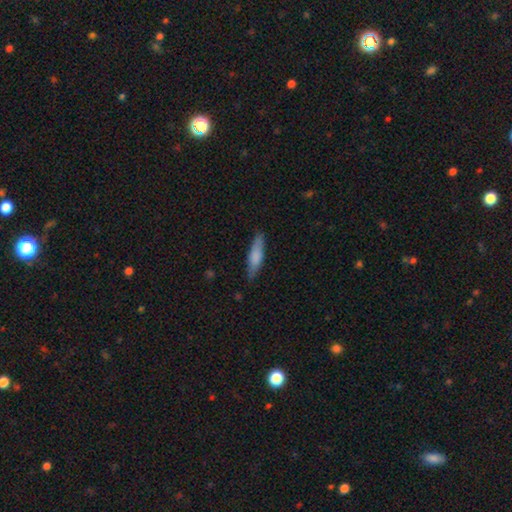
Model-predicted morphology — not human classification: A smooth galaxy with no disk features (74%) that is cigar-shaped (71%). Merging: none (81%).